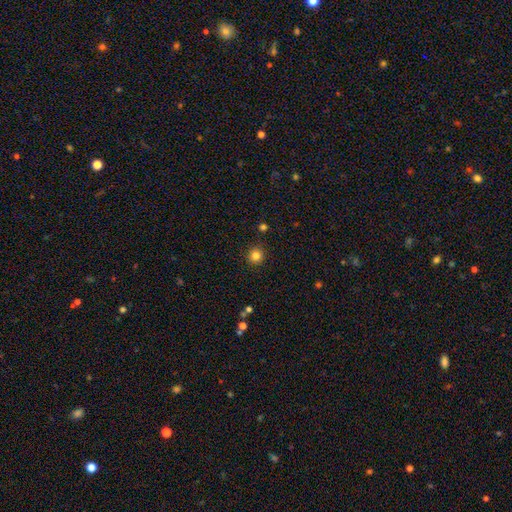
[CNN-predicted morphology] Smooth or featured? smooth (83%)
How rounded? round (94%)
Merging? none (90%)